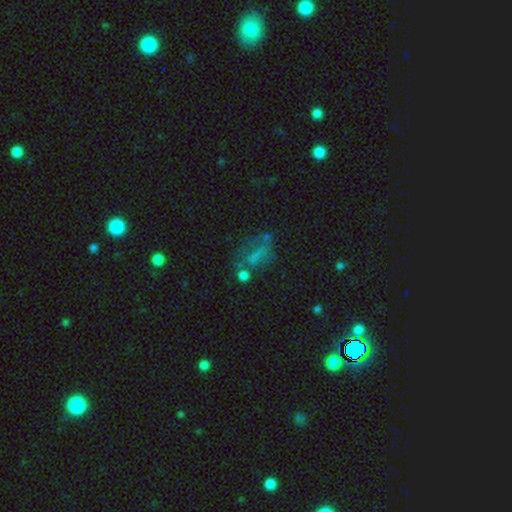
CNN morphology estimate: Smooth or featured? smooth (49%)
Merging? none (36%)